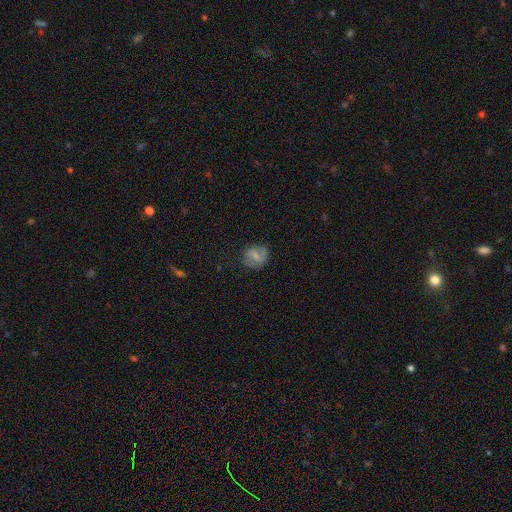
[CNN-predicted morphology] A smooth galaxy with no disk features (49%).

Vote fractions:
- Smooth or featured? smooth: 49% / featured or disk: 42% / star or artifact: 9%
- Merging? none: 70% / minor disturbance: 20% / major disturbance: 8% / merger: 1%